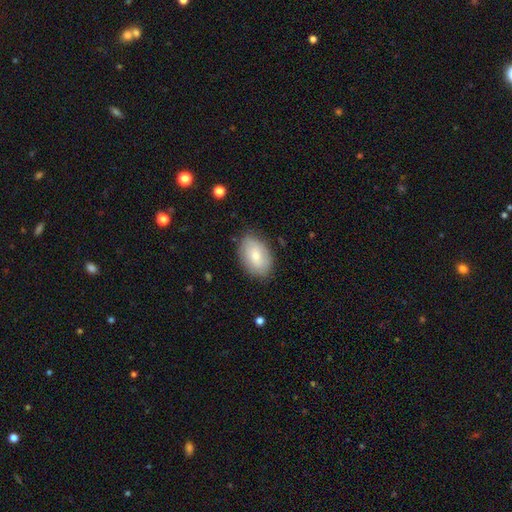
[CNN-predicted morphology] type=smooth (73%); roundness=in between (89%); merging=none (80%).